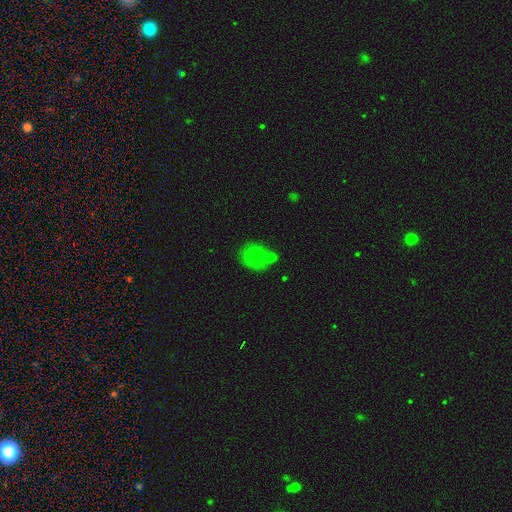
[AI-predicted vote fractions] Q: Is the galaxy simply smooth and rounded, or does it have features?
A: smooth — 74%.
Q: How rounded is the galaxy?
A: round — 72%.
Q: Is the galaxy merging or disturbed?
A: none — 60%.